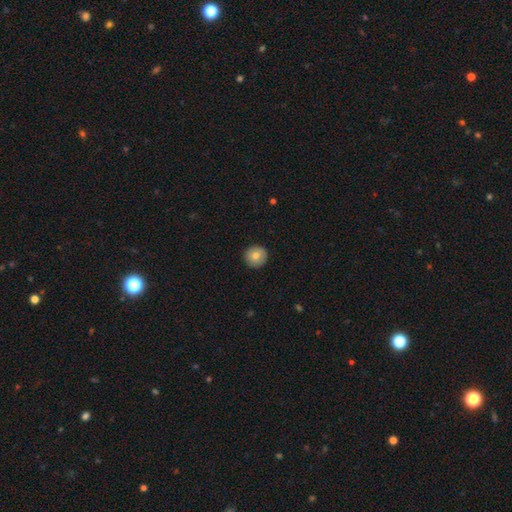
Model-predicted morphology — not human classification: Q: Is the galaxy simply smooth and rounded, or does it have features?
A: smooth — 78%.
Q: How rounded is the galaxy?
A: round — 95%.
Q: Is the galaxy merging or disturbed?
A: none — 92%.